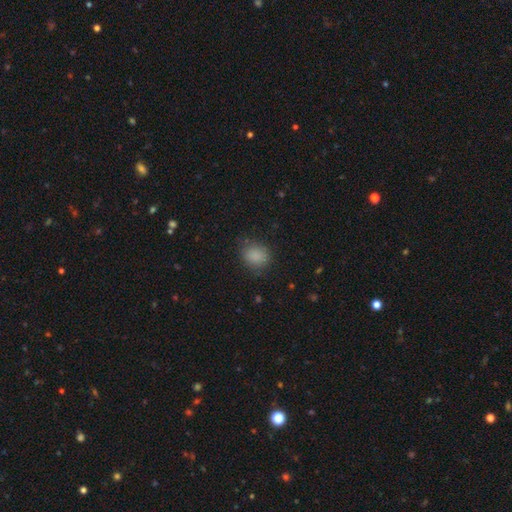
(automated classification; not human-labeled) A smooth galaxy with no disk features (86%) that is round (63%). Merging: none (79%).